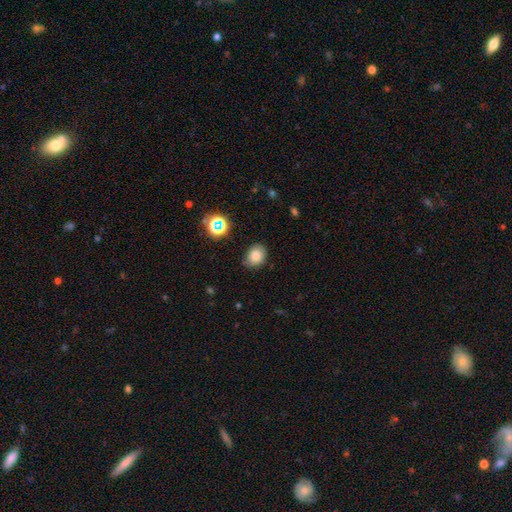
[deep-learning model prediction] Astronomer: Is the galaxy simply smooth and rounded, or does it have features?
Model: smooth — 79%.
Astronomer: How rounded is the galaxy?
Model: round — 51% (runner-up: in between, 48%).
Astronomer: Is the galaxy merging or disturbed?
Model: none — 74%.